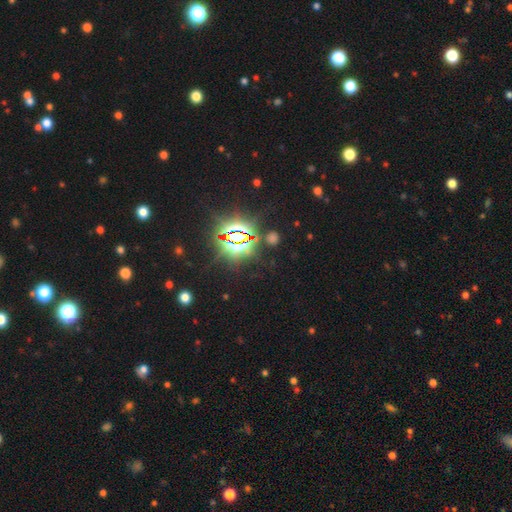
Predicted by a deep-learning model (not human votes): This appears to be a star or artifact, not a galaxy (84%).